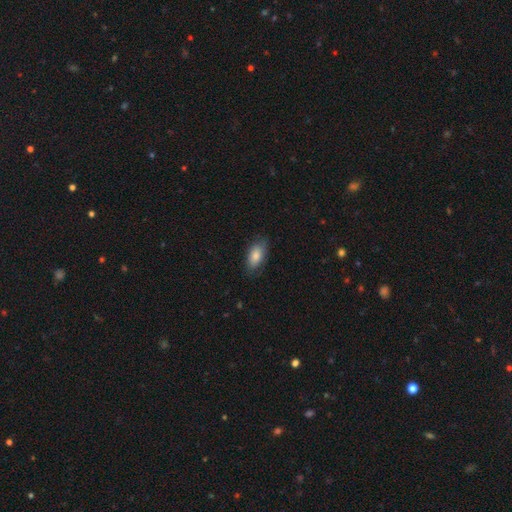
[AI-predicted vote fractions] A smooth galaxy with no disk features (82%) that is in between round and cigar-shaped (91%).

Vote fractions:
- Smooth or featured? smooth: 82% / featured or disk: 12% / star or artifact: 6%
- How rounded? in between: 91% / cigar-shaped: 5% / round: 4%
- Merging? none: 78% / minor disturbance: 17% / major disturbance: 4% / merger: 1%